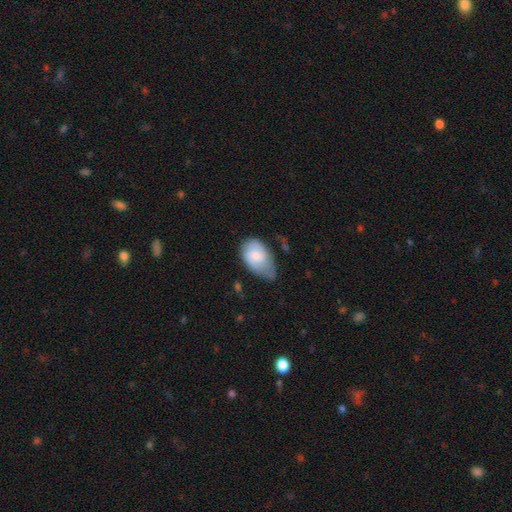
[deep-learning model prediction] Overall: smooth (67%; featured or disk 27%). How rounded: in between (89%). Merging: minor disturbance (48%; none 32%).